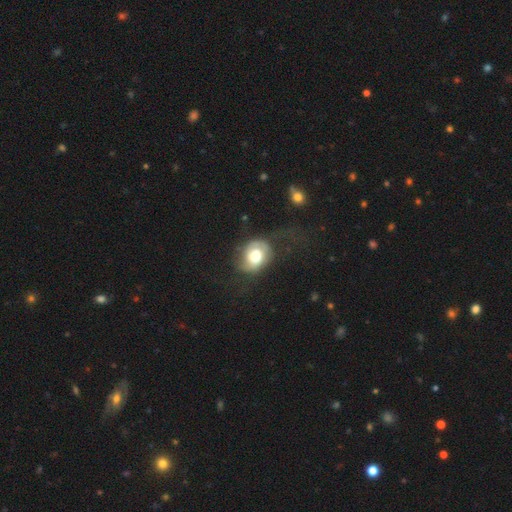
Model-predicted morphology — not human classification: A featured or disk galaxy (50%).

Vote fractions:
- Smooth or featured? featured or disk: 50% / smooth: 42% / star or artifact: 8%
- Edge-on disk? no: 97% / yes: 3%
- Merging? none: 41% / major disturbance: 32% / minor disturbance: 26% / merger: 2%